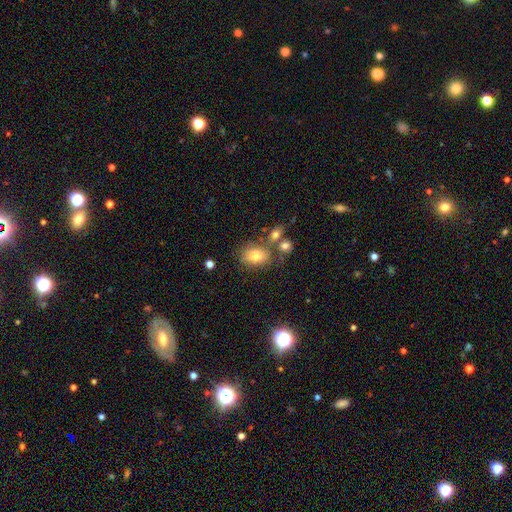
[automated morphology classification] Smooth or featured? Predicted: smooth (p=0.77). How rounded? Predicted: in between (p=0.77). Merging? Predicted: none (p=0.61).